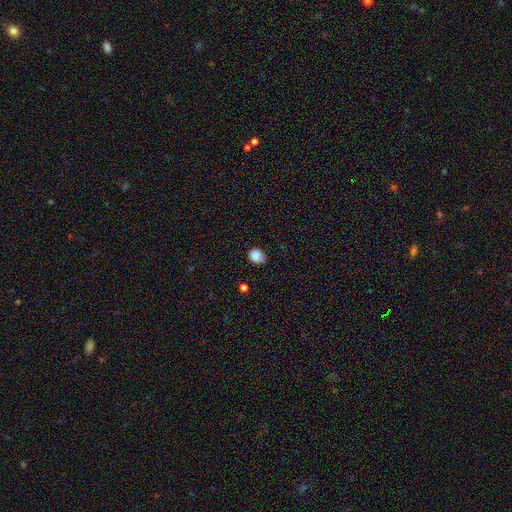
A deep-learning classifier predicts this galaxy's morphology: smooth-or-featured: smooth: 85% | star or artifact: 10% | featured or disk: 5%
  how-rounded: round: 57% | in between: 42% | cigar-shaped: 1%
  merging: none: 63% | minor disturbance: 30% | major disturbance: 6% | merger: 2%